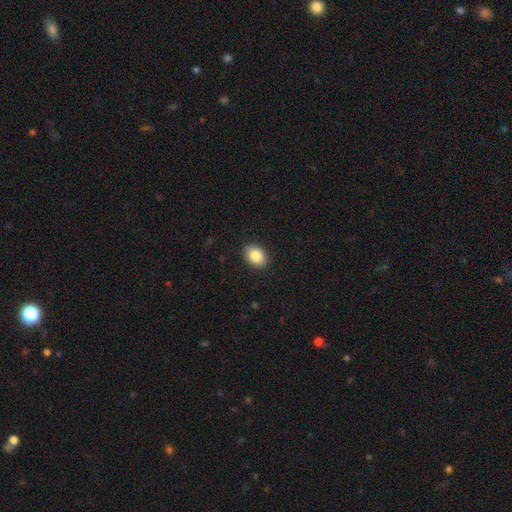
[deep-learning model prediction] Smooth or featured? Predicted: smooth (p=0.85). How rounded? Predicted: in between (p=0.78). Merging? Predicted: none (p=0.90).